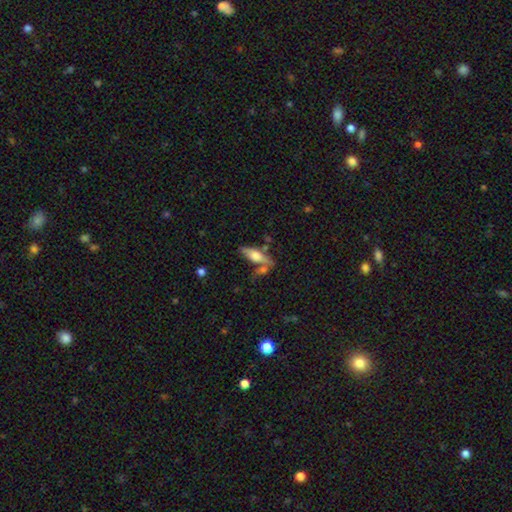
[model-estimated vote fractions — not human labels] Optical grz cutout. It shows a smooth galaxy with no disk features (52%) that is in between round and cigar-shaped (50%). Merging: none (55%).